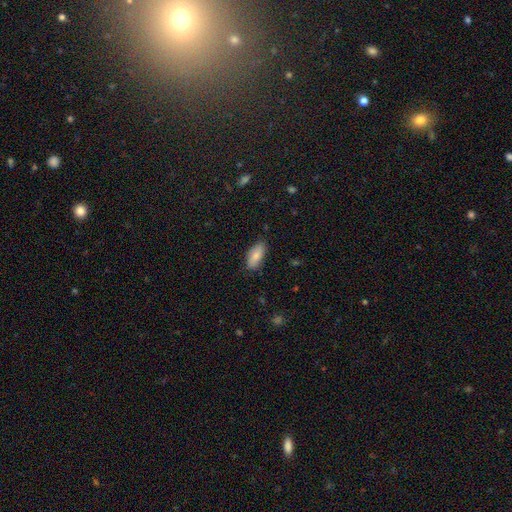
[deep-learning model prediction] Overall: smooth (80%). How rounded: in between (88%). Merging: none (80%).